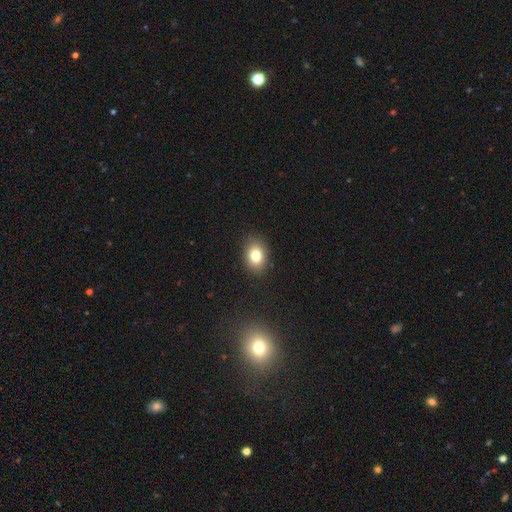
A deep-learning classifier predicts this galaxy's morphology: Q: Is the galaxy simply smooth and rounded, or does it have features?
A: smooth — 79%.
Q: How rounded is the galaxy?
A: in between — 66%.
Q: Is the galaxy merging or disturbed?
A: none — 87%.